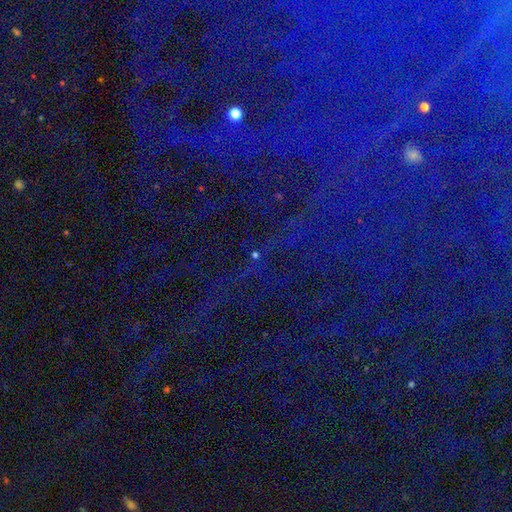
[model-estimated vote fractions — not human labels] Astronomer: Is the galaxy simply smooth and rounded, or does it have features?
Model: star or artifact — 80%.